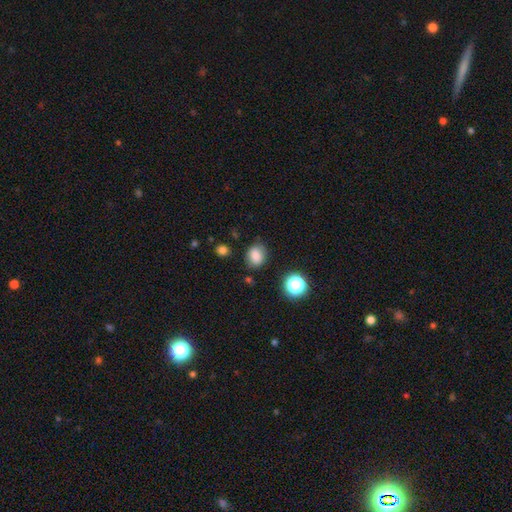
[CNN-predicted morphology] Smooth or featured? smooth (81%)
How rounded? in between (50%)
Merging? none (80%)